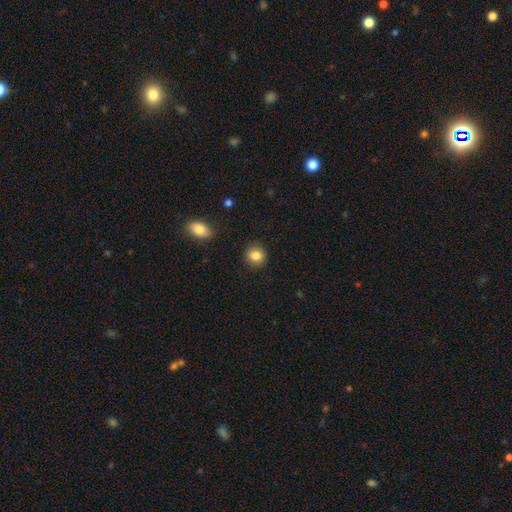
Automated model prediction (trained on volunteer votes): smooth_or_featured: smooth (p=0.84) [alt: star or artifact p=0.09]
how_rounded: round (p=0.85) [alt: in between p=0.14]
merging: none (p=0.90) [alt: minor disturbance p=0.06]